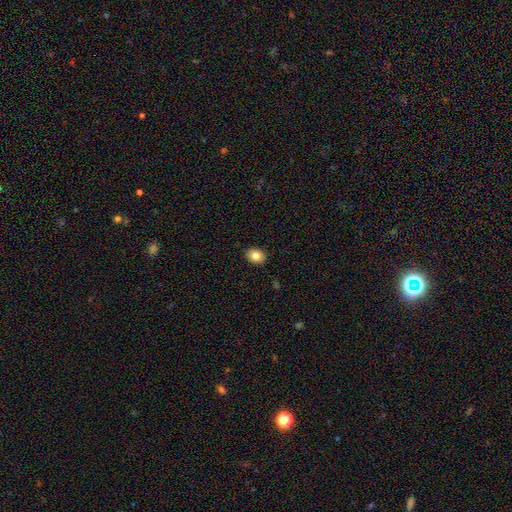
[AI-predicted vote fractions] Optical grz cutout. It shows a smooth galaxy with no disk features (82%) that is in between round and cigar-shaped (59%). Merging: none (90%).